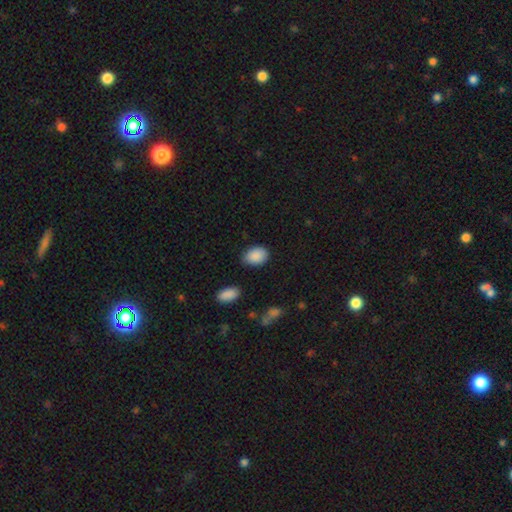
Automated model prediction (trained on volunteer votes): smooth_or_featured: smooth (p=0.89) [alt: star or artifact p=0.07]
how_rounded: in between (p=0.79) [alt: round p=0.20]
merging: none (p=0.76) [alt: minor disturbance p=0.18]